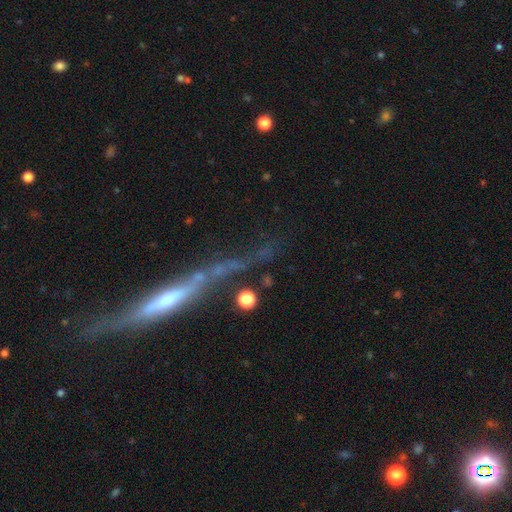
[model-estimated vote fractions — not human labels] Smooth or featured? featured or disk (75%)
Edge-on disk? yes (82%)
Edge-on bulge? rounded (46%)
Merging? none (52%)